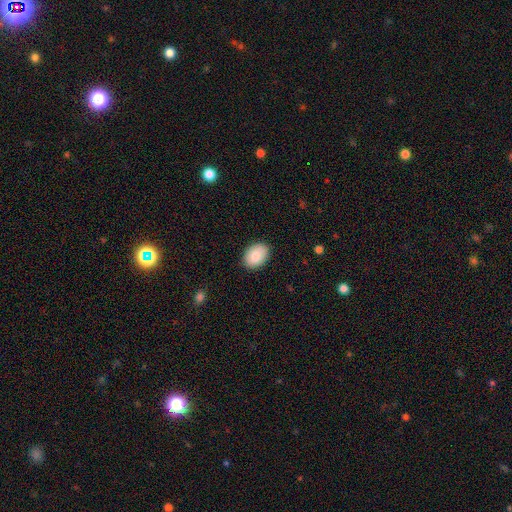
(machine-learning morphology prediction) The model was most divided on "how rounded": in between: 78%, round: 21%, cigar-shaped: 1%. More confident: merging — none (88%); smooth or featured — smooth (87%).